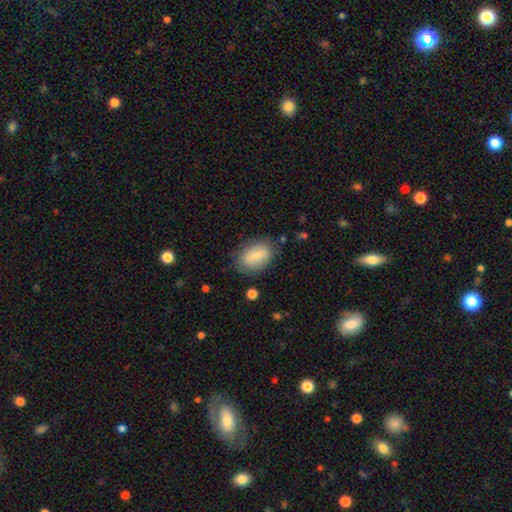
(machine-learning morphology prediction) This appears to be a smooth galaxy with no disk features (66%) that is in between round and cigar-shaped (86%). Merging: none (76%).